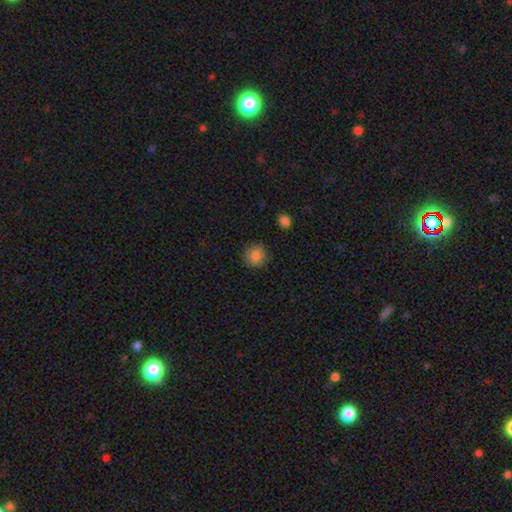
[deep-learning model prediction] smooth_or_featured: smooth (p=0.85) [alt: star or artifact p=0.10]
how_rounded: round (p=0.88) [alt: in between p=0.11]
merging: none (p=0.88) [alt: minor disturbance p=0.08]